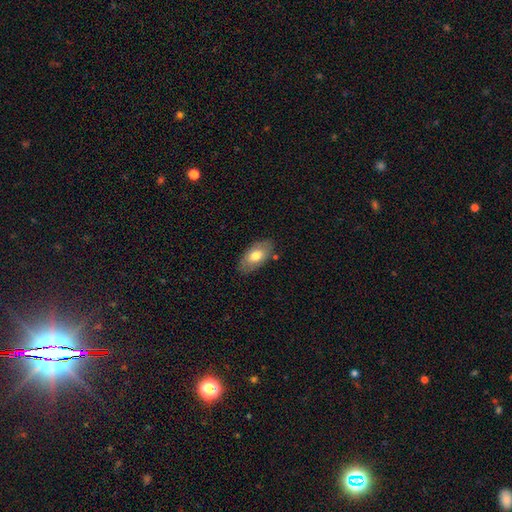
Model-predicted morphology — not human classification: Q: Smooth or featured?
A: smooth (71%); runner-up: featured or disk (22%)
Q: How rounded?
A: in between (93%); runner-up: round (4%)
Q: Merging?
A: none (80%); runner-up: minor disturbance (15%)